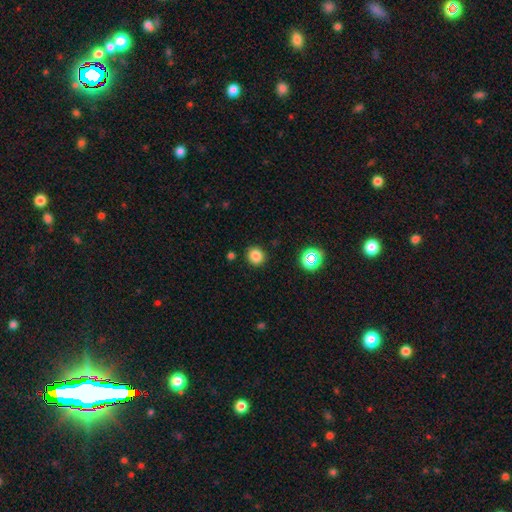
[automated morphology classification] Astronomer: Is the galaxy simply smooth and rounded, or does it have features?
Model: smooth — 82%.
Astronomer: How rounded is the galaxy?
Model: round — 87%.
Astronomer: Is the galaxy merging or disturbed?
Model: none — 89%.